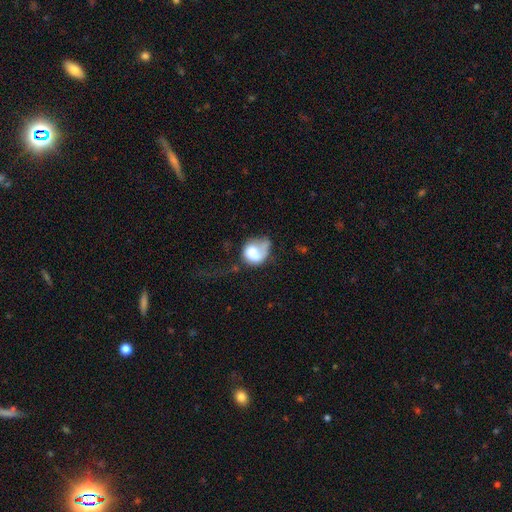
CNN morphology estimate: This appears to be a smooth galaxy with no disk features (62%) that is round (59%). Merging: major disturbance (37%).